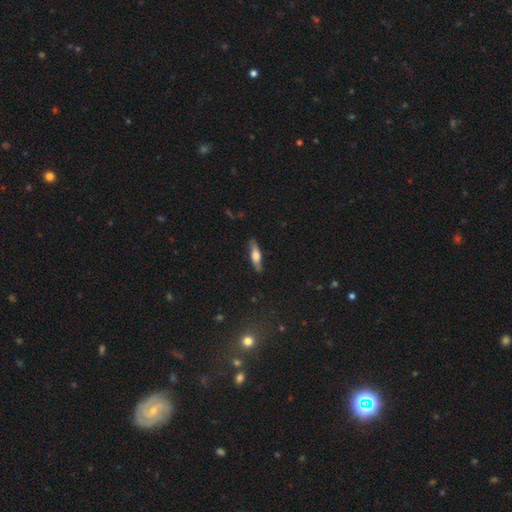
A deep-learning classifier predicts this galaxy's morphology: smooth_or_featured: smooth (p=0.51) [alt: featured or disk p=0.43]
how_rounded: cigar-shaped (p=0.67) [alt: in between p=0.30]
merging: none (p=0.85) [alt: minor disturbance p=0.12]